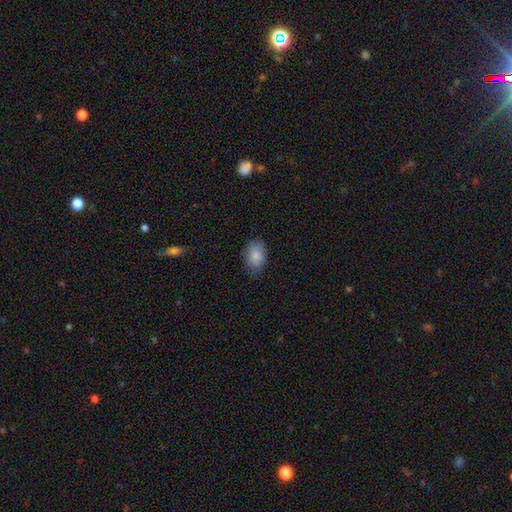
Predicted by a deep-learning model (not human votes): A smooth galaxy with no disk features (86%) that is in between round and cigar-shaped (87%).

Vote fractions:
- Smooth or featured? smooth: 86% / star or artifact: 7% / featured or disk: 7%
- How rounded? in between: 87% / round: 11% / cigar-shaped: 1%
- Merging? none: 79% / minor disturbance: 16% / major disturbance: 3% / merger: 1%